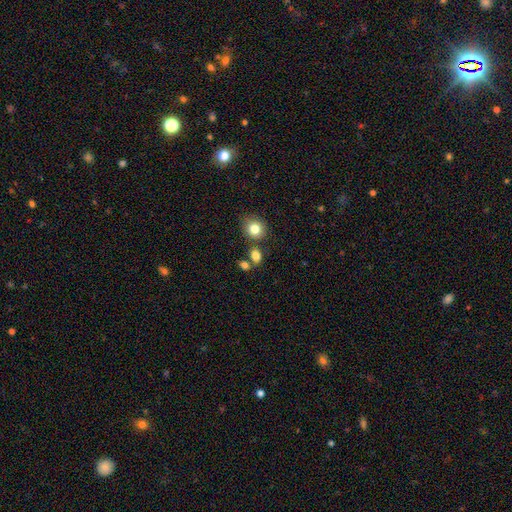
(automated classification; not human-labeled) Q: Smooth or featured?
A: smooth (82%); runner-up: star or artifact (11%)
Q: How rounded?
A: in between (57%); runner-up: round (42%)
Q: Merging?
A: none (64%); runner-up: merger (20%)